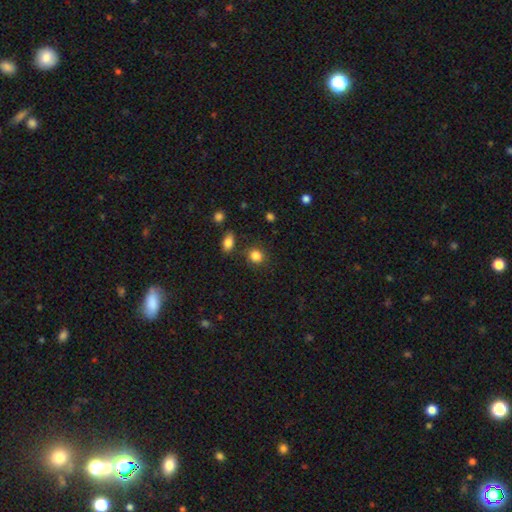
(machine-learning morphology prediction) Smooth or featured: smooth — 85% (star or artifact — 10%)
How rounded: round — 80% (in between — 19%)
Merging: none — 81% (minor disturbance — 10%)